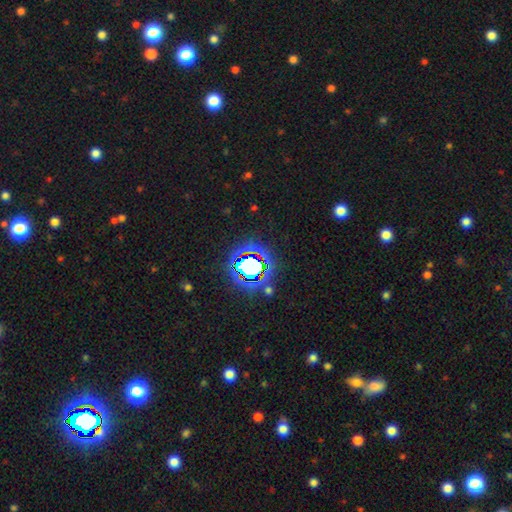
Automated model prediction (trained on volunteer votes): star or artifact 81%, smooth 12%, featured or disk 8%.